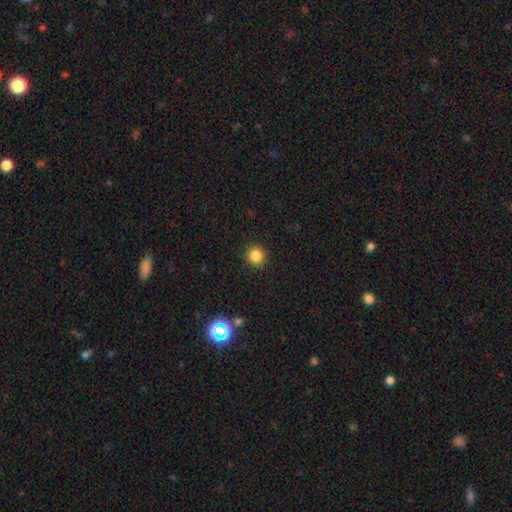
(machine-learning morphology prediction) smooth 84%, star or artifact 12%, featured or disk 4%. Down the decision tree: how rounded — round (93%); merging — none (92%).